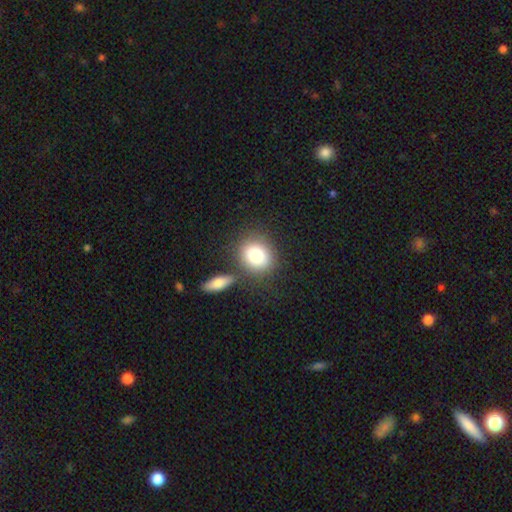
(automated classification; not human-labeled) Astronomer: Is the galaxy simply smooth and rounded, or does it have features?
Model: smooth — 82%.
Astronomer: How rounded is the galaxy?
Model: round — 67%.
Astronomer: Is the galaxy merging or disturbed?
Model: none — 68%.